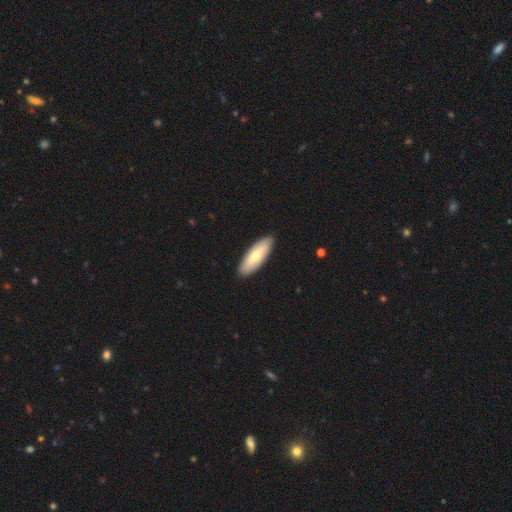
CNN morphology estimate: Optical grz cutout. It shows a smooth galaxy with no disk features (66%) that is in between round and cigar-shaped (63%). Merging: none (90%).